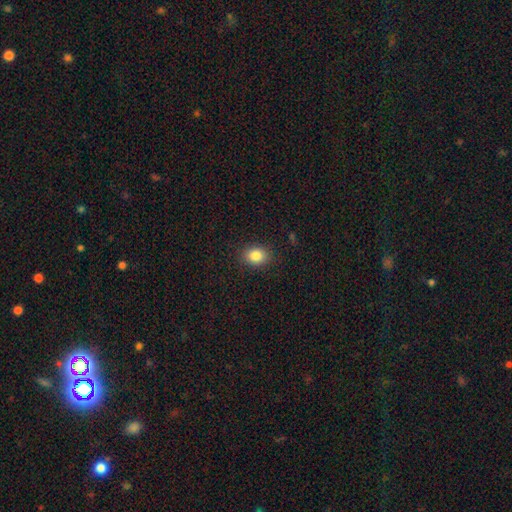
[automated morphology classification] A smooth galaxy with no disk features (85%) that is in between round and cigar-shaped (56%).

Vote fractions:
- Smooth or featured? smooth: 85% / star or artifact: 10% / featured or disk: 6%
- How rounded? in between: 56% / round: 43% / cigar-shaped: 1%
- Merging? none: 88% / minor disturbance: 8% / major disturbance: 2% / merger: 1%